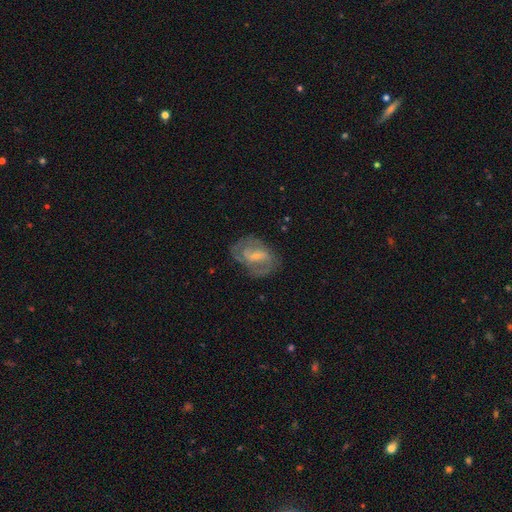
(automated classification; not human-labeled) smooth_or_featured: featured or disk (p=0.69) [alt: smooth p=0.21]
disk_edge_on: no (p=0.96) [alt: yes p=0.04]
bar: weak (p=0.51) [alt: no p=0.29]
has_spiral_arms: yes (p=0.80) [alt: no p=0.20]
spiral_winding: medium (p=0.45) [alt: tight p=0.35]
spiral_arm_count: 2 (p=0.54) [alt: can't tell p=0.27]
bulge_size: small (p=0.52) [alt: moderate p=0.33]
merging: none (p=0.66) [alt: minor disturbance p=0.20]